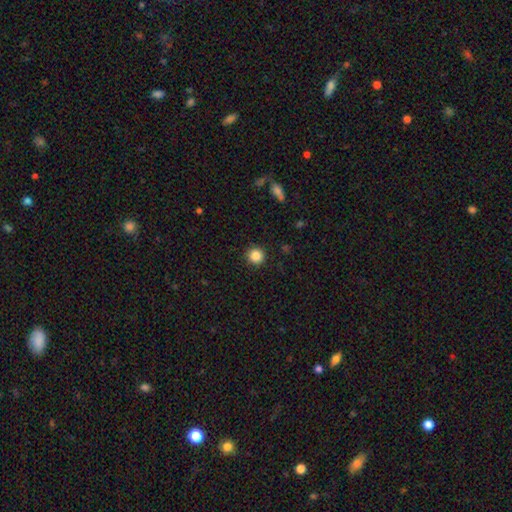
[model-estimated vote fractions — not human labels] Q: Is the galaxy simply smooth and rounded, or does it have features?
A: smooth — 86%.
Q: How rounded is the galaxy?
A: round — 95%.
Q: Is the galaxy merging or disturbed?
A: none — 92%.